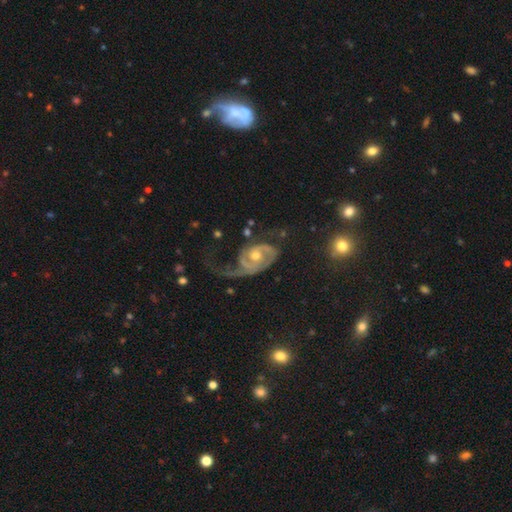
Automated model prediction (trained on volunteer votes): Q: Smooth or featured?
A: featured or disk (85%); runner-up: smooth (9%)
Q: Edge-on disk?
A: no (97%); runner-up: yes (3%)
Q: Bar?
A: no (69%); runner-up: weak (24%)
Q: Spiral arms?
A: yes (93%); runner-up: no (7%)
Q: Spiral winding?
A: medium (37%); runner-up: loose (32%)
Q: Spiral arm count?
A: 2 (53%); runner-up: 1 (33%)
Q: Bulge size?
A: moderate (67%); runner-up: small (27%)
Q: Merging?
A: major disturbance (42%); runner-up: none (34%)